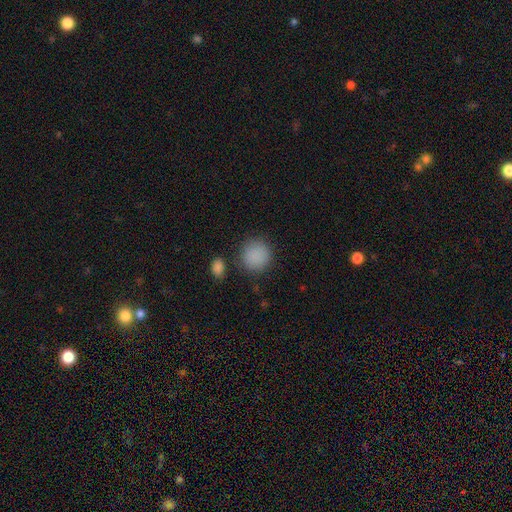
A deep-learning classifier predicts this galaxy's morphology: type=smooth (87%); roundness=round (90%); merging=none (82%).